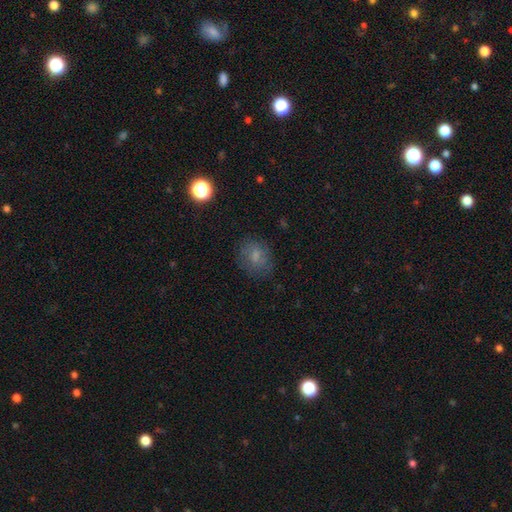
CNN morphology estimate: Smooth or featured? smooth (68%)
How rounded? round (51%)
Merging? none (73%)